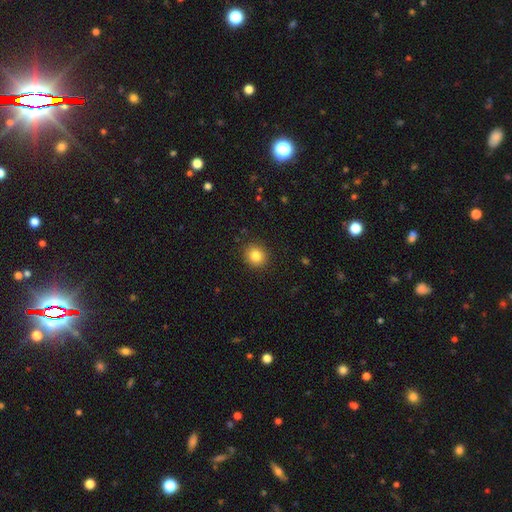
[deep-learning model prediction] The model was most divided on "how rounded": round: 84%, in between: 15%, cigar-shaped: 1%. More confident: merging — none (90%); smooth or featured — smooth (83%).